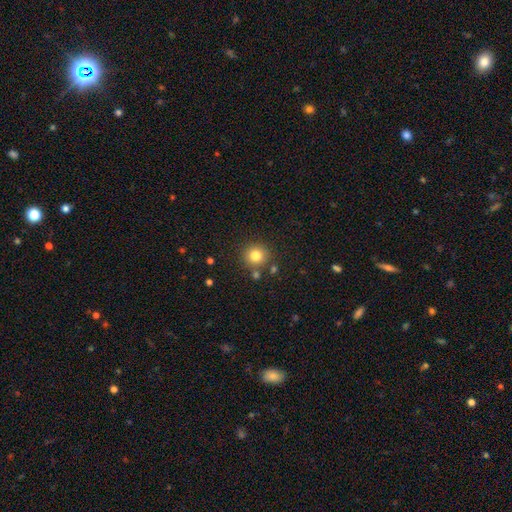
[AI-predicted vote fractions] A smooth galaxy with no disk features (81%) that is round (92%). Merging: none (83%).